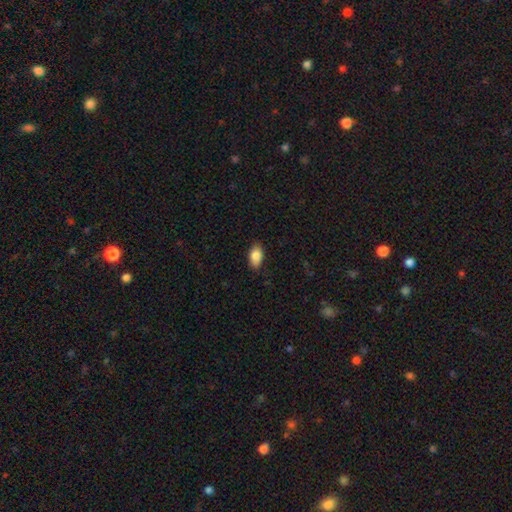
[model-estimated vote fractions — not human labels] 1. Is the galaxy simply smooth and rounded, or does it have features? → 85% smooth, 8% featured or disk, 7% star or artifact.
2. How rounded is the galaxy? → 92% in between, 6% round, 3% cigar-shaped.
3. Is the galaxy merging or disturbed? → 85% none, 12% minor disturbance, 2% major disturbance, 1% merger.